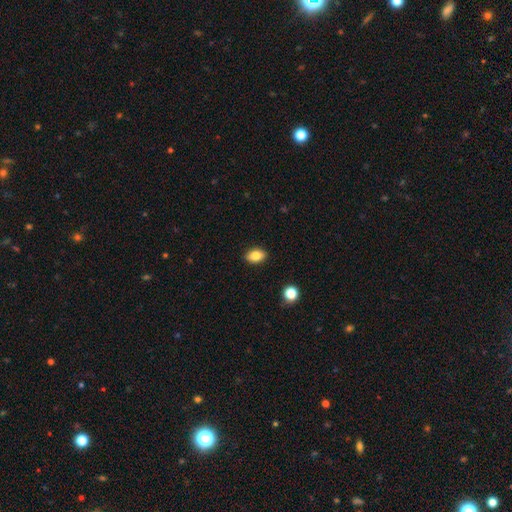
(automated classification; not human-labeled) A smooth galaxy with no disk features (83%) that is in between round and cigar-shaped (85%). Merging: none (89%).